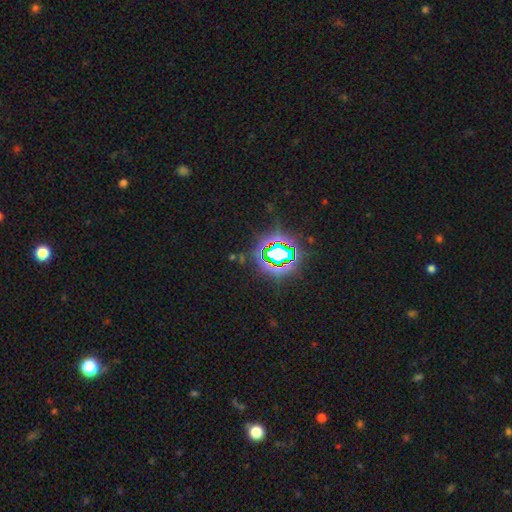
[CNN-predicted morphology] Smooth or featured: star or artifact — 79% (smooth — 13%)